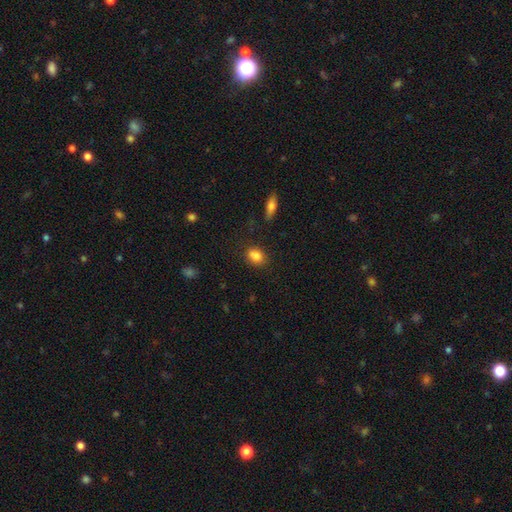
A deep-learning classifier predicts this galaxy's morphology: This appears to be a smooth galaxy with no disk features (83%) that is in between round and cigar-shaped (63%). Merging: none (74%).